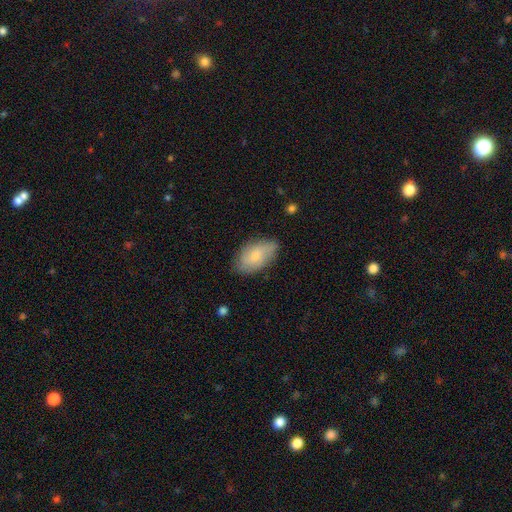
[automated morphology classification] Smooth or featured? smooth (74%)
How rounded? in between (93%)
Merging? none (76%)